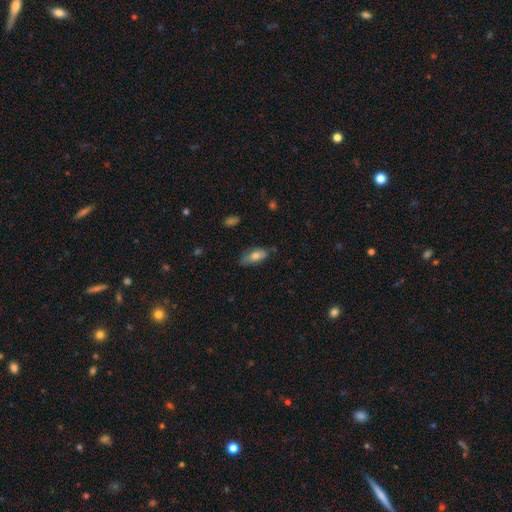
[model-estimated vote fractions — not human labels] This is likely a smooth galaxy (70%). How rounded: likely in between (79%). Merging: likely none (65%).